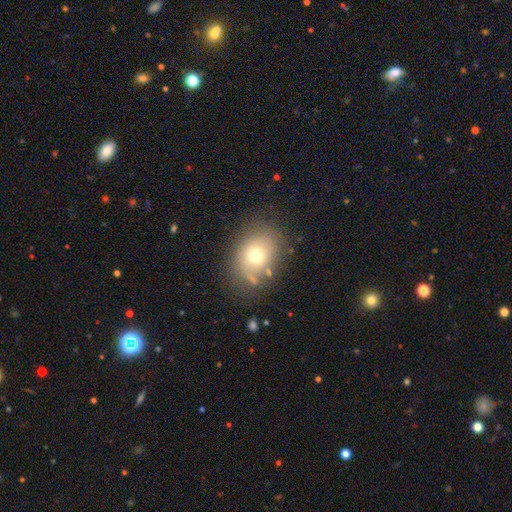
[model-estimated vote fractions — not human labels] Smooth or featured? smooth (67%)
How rounded? in between (59%)
Merging? none (67%)